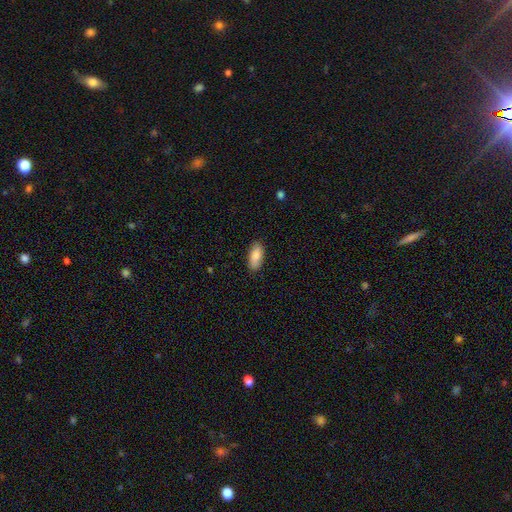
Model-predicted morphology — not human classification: This appears to be a smooth galaxy with no disk features (86%) that is in between round and cigar-shaped (86%). Merging: none (87%).